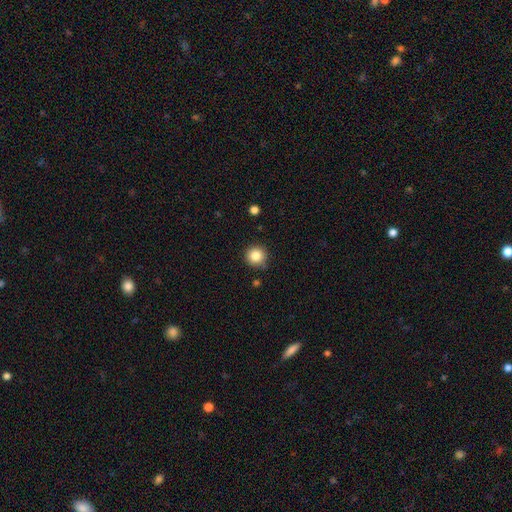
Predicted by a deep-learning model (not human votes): smooth 84%, star or artifact 11%, featured or disk 6%. Down the decision tree: how rounded — round (95%); merging — none (85%).